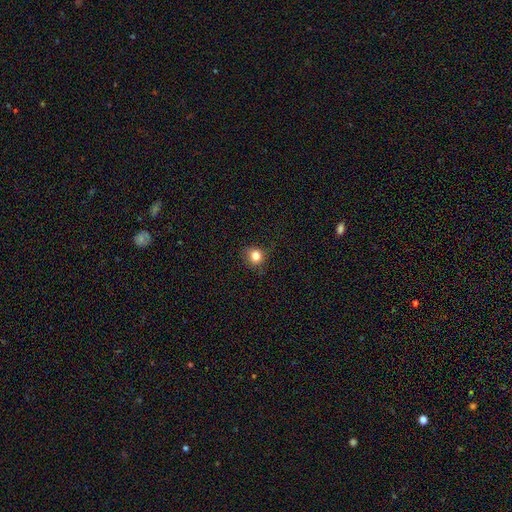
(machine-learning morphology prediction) smooth_or_featured: smooth (p=0.81) [alt: star or artifact p=0.13]
how_rounded: round (p=0.88) [alt: in between p=0.11]
merging: none (p=0.85) [alt: minor disturbance p=0.11]